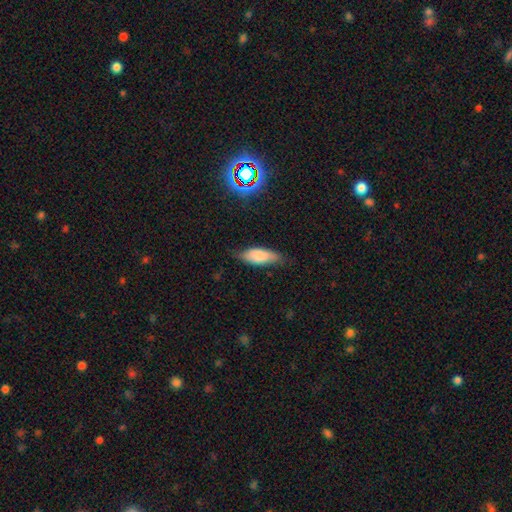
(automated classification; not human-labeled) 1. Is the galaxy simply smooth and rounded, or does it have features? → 75% smooth, 16% featured or disk, 9% star or artifact.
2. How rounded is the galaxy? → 74% in between, 24% cigar-shaped, 2% round.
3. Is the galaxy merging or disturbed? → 69% none, 25% minor disturbance, 5% major disturbance, 1% merger.